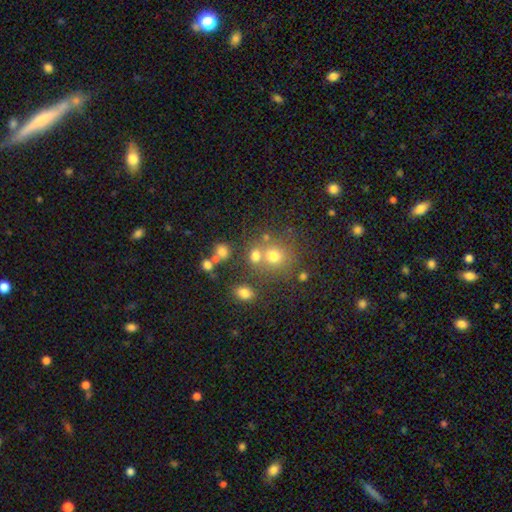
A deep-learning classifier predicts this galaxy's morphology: Overall: smooth (69%). How rounded: round (75%). Merging: none (52%; merger 33%).